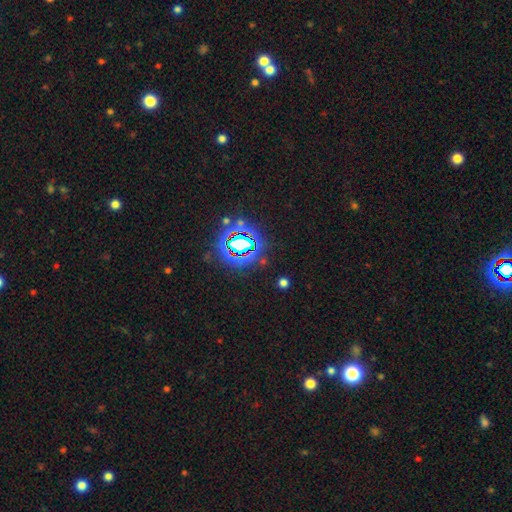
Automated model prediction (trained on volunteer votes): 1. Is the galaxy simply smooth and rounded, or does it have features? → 81% star or artifact, 11% smooth, 8% featured or disk.